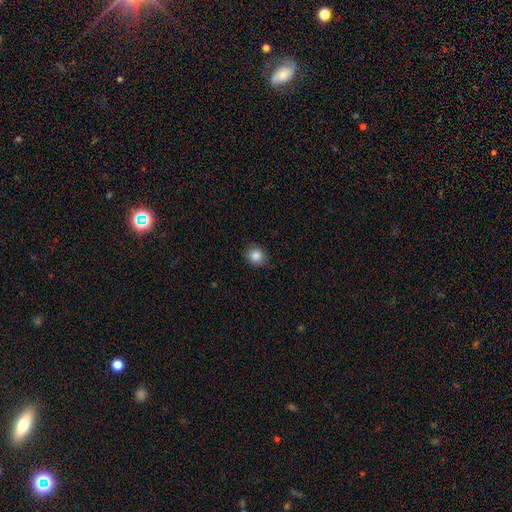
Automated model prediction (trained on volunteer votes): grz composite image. It shows a smooth galaxy with no disk features (85%) that is round (77%). Merging: none (87%).